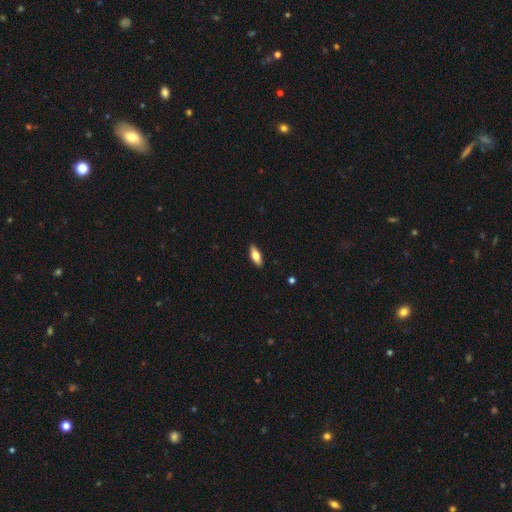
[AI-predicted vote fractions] Smooth or featured?
  - smooth: 73% *
  - featured or disk: 21%
  - star or artifact: 6%
How rounded?
  - in between: 74% *
  - cigar-shaped: 23%
  - round: 2%
Merging?
  - none: 90% *
  - minor disturbance: 8%
  - major disturbance: 2%
  - merger: 1%